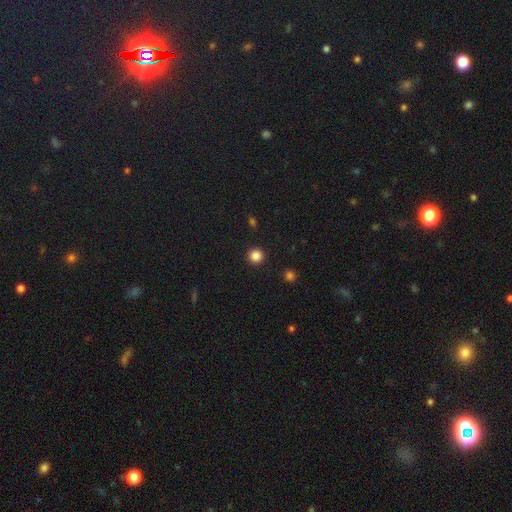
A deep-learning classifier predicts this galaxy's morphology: smooth_or_featured: smooth (p=0.85) [alt: star or artifact p=0.12]
how_rounded: round (p=0.95) [alt: in between p=0.04]
merging: none (p=0.93) [alt: minor disturbance p=0.04]